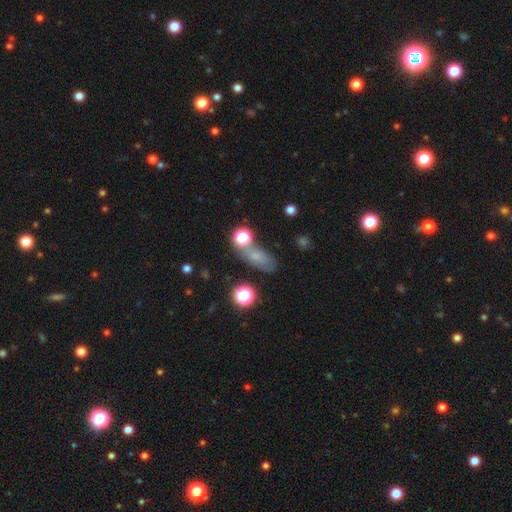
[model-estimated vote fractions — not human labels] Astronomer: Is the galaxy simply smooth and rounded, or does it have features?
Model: smooth — 62%.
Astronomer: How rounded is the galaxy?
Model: in between — 60%.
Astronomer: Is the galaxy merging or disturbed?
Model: none — 55%.